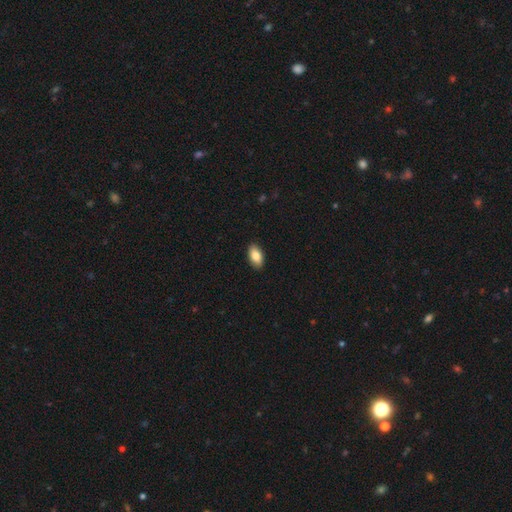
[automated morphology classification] A smooth galaxy with no disk features (85%) that is in between round and cigar-shaped (93%).

Vote fractions:
- Smooth or featured? smooth: 85% / featured or disk: 9% / star or artifact: 7%
- How rounded? in between: 93% / round: 4% / cigar-shaped: 3%
- Merging? none: 90% / minor disturbance: 7% / major disturbance: 2% / merger: 1%